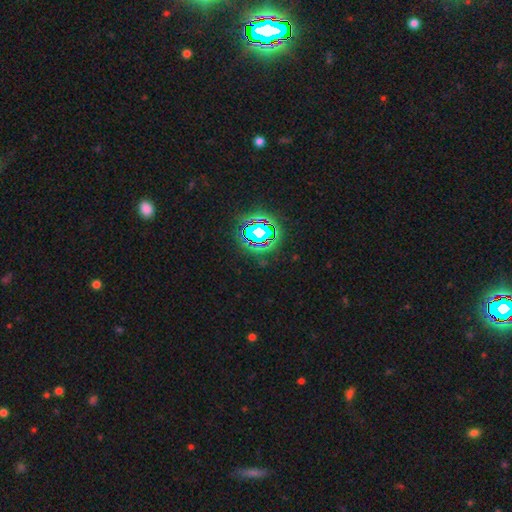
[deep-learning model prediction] star or artifact 79%, smooth 12%, featured or disk 10%.